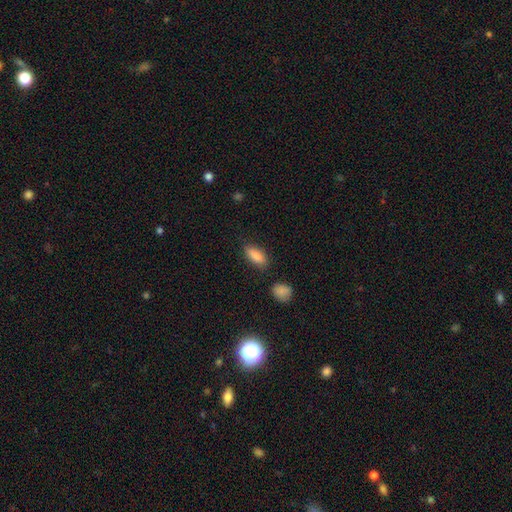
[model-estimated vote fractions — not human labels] The model was most divided on "merging": none: 80%, minor disturbance: 14%, major disturbance: 3%, merger: 3%. More confident: smooth or featured — smooth (85%); how rounded — in between (82%).